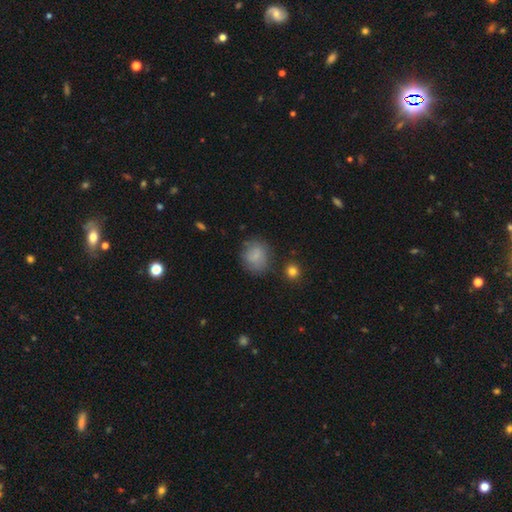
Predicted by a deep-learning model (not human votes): Smooth or featured? smooth (75%)
How rounded? round (76%)
Merging? none (71%)